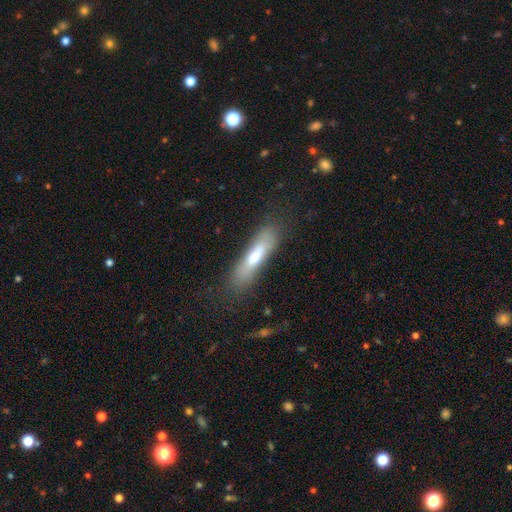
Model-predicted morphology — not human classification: smooth 62%, featured or disk 30%, star or artifact 8%. Down the decision tree: how rounded — cigar-shaped (72%); merging — none (71%).